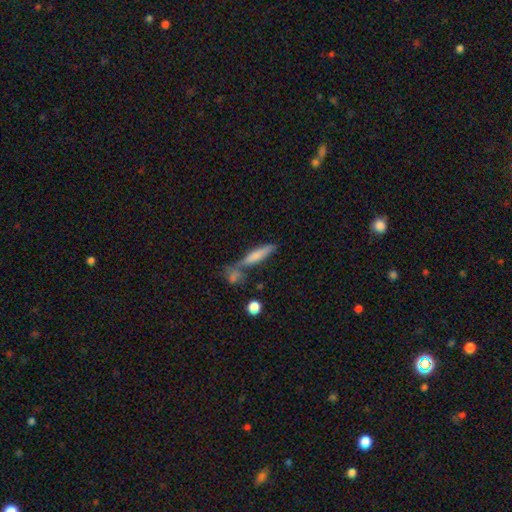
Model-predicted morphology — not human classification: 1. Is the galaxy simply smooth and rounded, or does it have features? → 59% smooth, 33% featured or disk, 8% star or artifact.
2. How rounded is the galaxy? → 83% cigar-shaped, 15% in between, 2% round.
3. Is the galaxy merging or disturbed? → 60% none, 22% merger, 13% minor disturbance, 5% major disturbance.